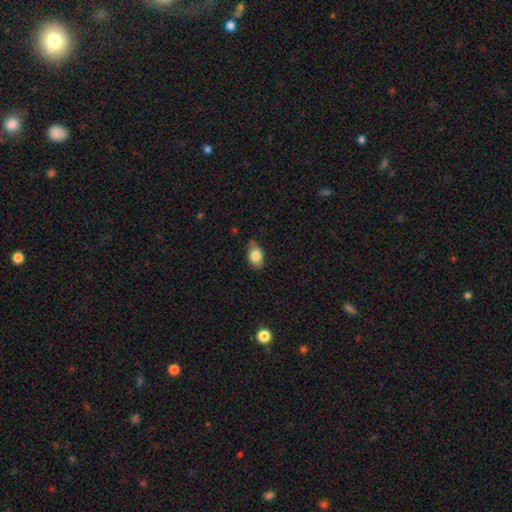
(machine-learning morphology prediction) Q: Smooth or featured?
A: smooth (82%); runner-up: featured or disk (9%)
Q: How rounded?
A: in between (78%); runner-up: round (20%)
Q: Merging?
A: none (66%); runner-up: minor disturbance (26%)